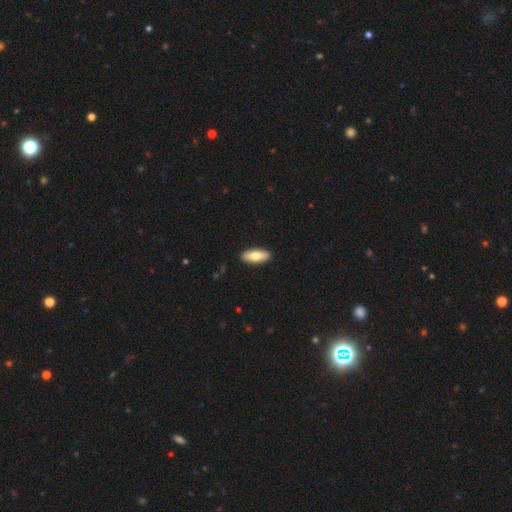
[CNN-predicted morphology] Smooth or featured? Predicted: smooth (p=0.74). How rounded? Predicted: in between (p=0.72). Merging? Predicted: none (p=0.91).